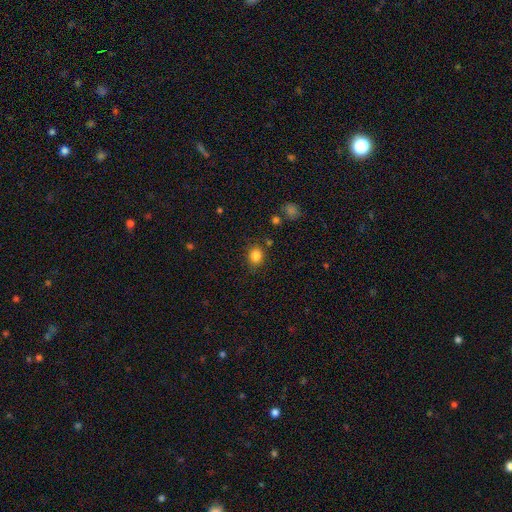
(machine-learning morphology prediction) Smooth or featured: smooth — 84% (star or artifact — 11%)
How rounded: round — 64% (in between — 36%)
Merging: none — 81% (minor disturbance — 12%)